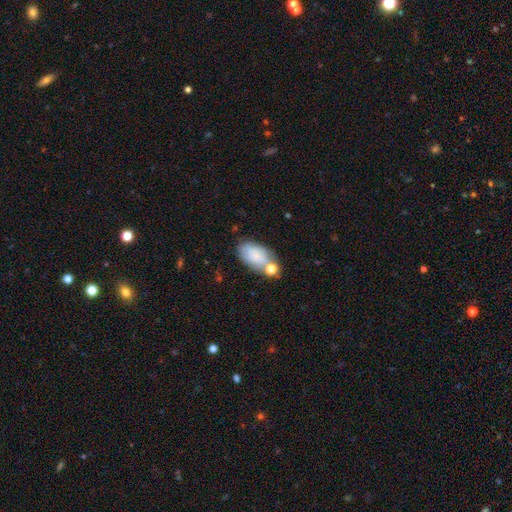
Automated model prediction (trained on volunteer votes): smooth-or-featured: smooth: 77% | featured or disk: 15% | star or artifact: 8%
  how-rounded: in between: 92% | round: 5% | cigar-shaped: 3%
  merging: none: 50% | merger: 23% | minor disturbance: 20% | major disturbance: 8%